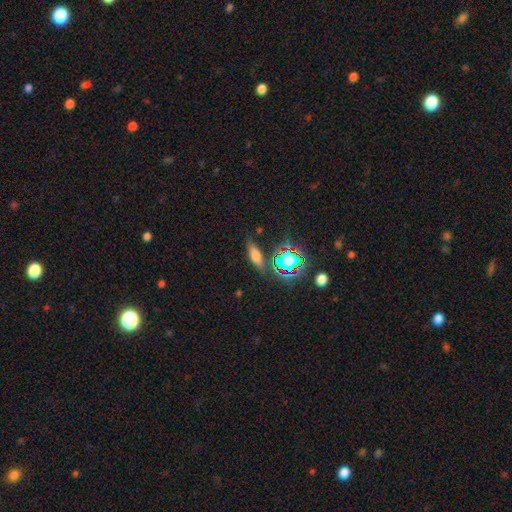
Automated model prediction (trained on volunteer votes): A smooth galaxy with no disk features (64%) that is in between round and cigar-shaped (53%).

Vote fractions:
- Smooth or featured? smooth: 64% / star or artifact: 20% / featured or disk: 17%
- How rounded? in between: 53% / cigar-shaped: 41% / round: 6%
- Merging? none: 78% / minor disturbance: 13% / major disturbance: 4% / merger: 4%